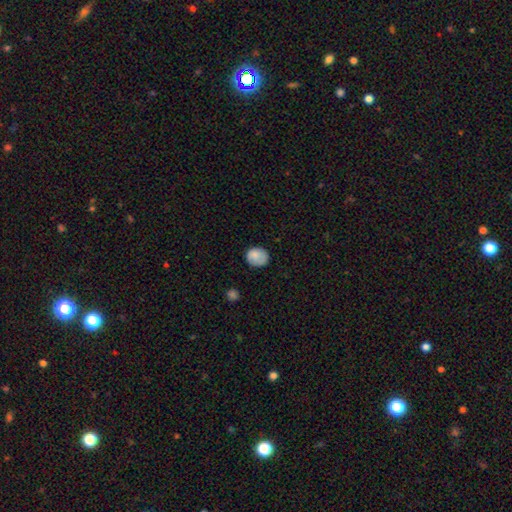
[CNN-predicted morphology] Smooth or featured: smooth — 82% (featured or disk — 10%)
How rounded: round — 67% (in between — 32%)
Merging: none — 70% (minor disturbance — 22%)